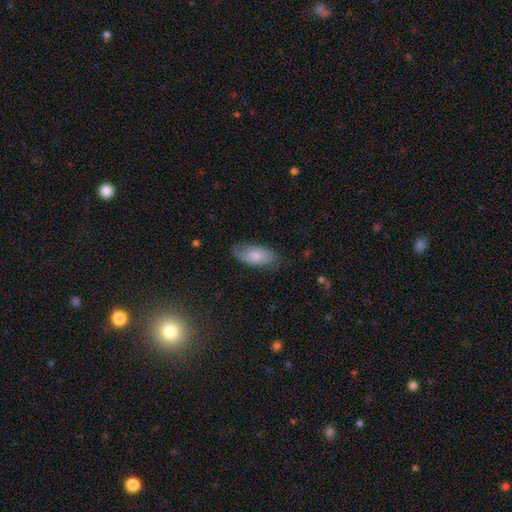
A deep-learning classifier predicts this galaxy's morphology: smooth_or_featured: smooth (p=0.72) [alt: featured or disk p=0.22]
how_rounded: in between (p=0.90) [alt: cigar-shaped p=0.07]
merging: none (p=0.69) [alt: minor disturbance p=0.23]